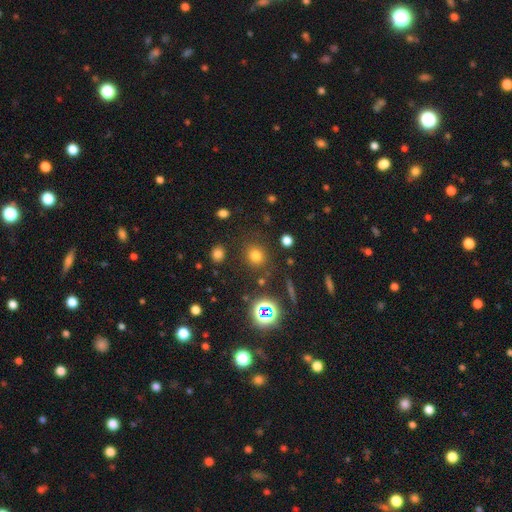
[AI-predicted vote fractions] This appears to be a smooth galaxy with no disk features (72%) that is round (85%). Merging: none (83%).